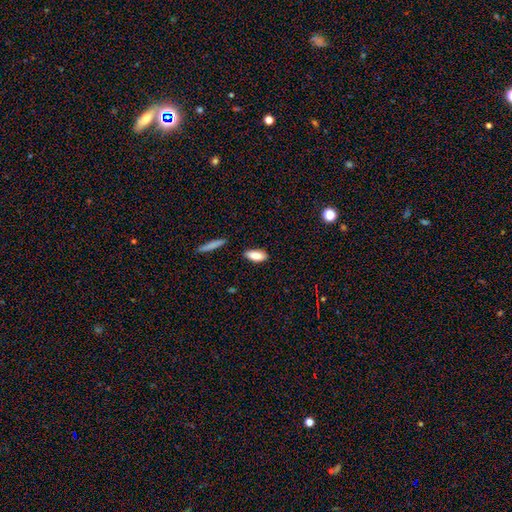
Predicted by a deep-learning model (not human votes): smooth 87%, star or artifact 7%, featured or disk 6%. Down the decision tree: how rounded — in between (81%); merging — none (85%).